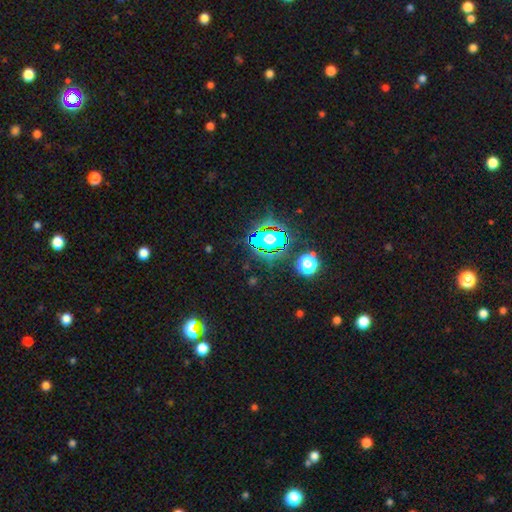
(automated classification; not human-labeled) Overall: star or artifact (80%).